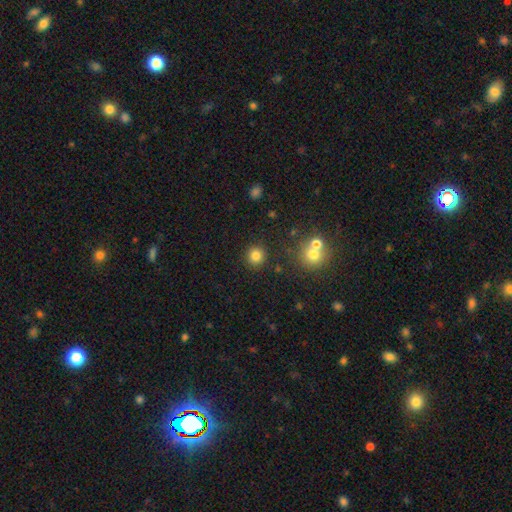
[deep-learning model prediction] This appears to be a smooth galaxy with no disk features (82%) that is round (93%). Merging: none (87%).